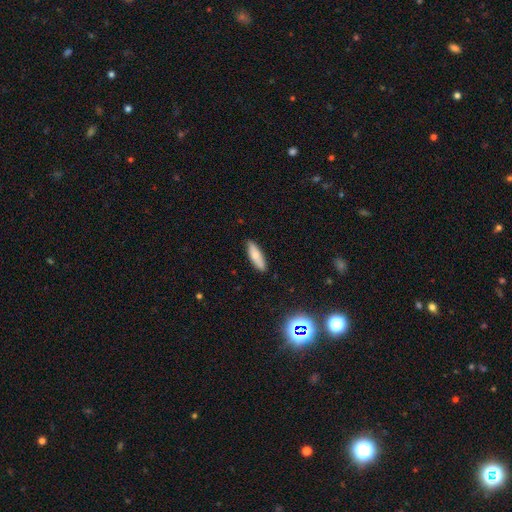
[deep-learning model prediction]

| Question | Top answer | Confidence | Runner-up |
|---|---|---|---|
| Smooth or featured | smooth | 76% | featured or disk (17%) |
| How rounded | cigar-shaped | 57% | in between (41%) |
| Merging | none | 87% | minor disturbance (10%) |